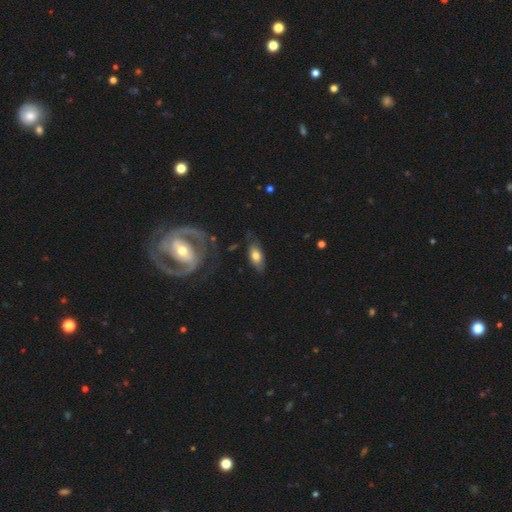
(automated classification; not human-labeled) Q: Smooth or featured?
A: smooth (64%); runner-up: featured or disk (29%)
Q: How rounded?
A: in between (86%); runner-up: cigar-shaped (10%)
Q: Merging?
A: none (70%); runner-up: minor disturbance (20%)